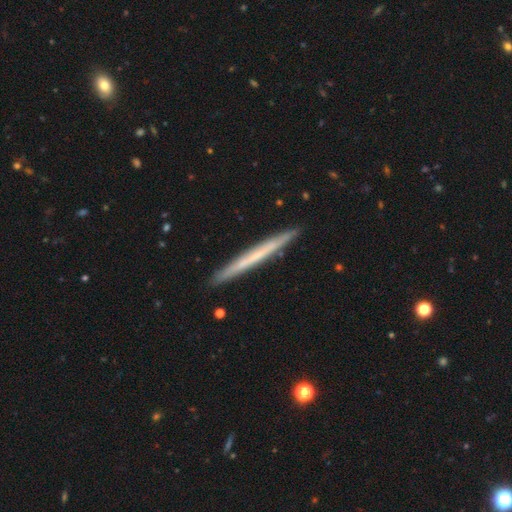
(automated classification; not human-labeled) Smooth or featured?
  - featured or disk: 49% *
  - smooth: 46%
  - star or artifact: 5%
Merging?
  - none: 92% *
  - minor disturbance: 6%
  - major disturbance: 1%
  - merger: 1%